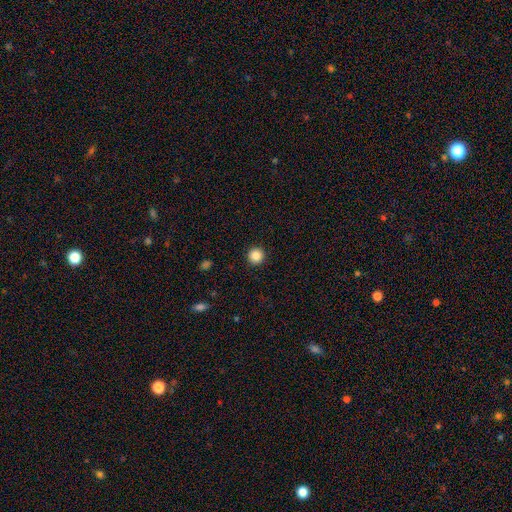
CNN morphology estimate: This is clearly a smooth galaxy (86%). How rounded: clearly round (96%). Merging: clearly none (93%).